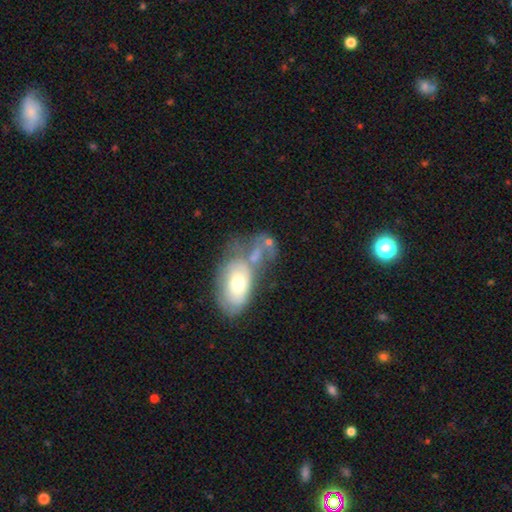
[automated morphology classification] smooth-or-featured: smooth: 46% | featured or disk: 41% | star or artifact: 13%
  merging: merger: 35% | none: 33% | minor disturbance: 18% | major disturbance: 14%